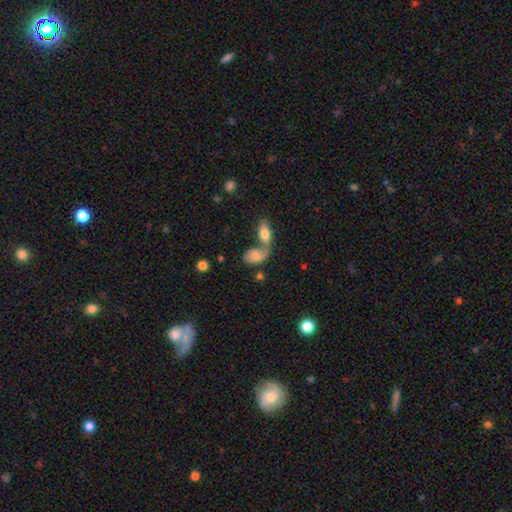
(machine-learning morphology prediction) Smooth or featured: smooth — 70% (featured or disk — 21%)
How rounded: in between — 89% (round — 8%)
Merging: merger — 57% (none — 25%)